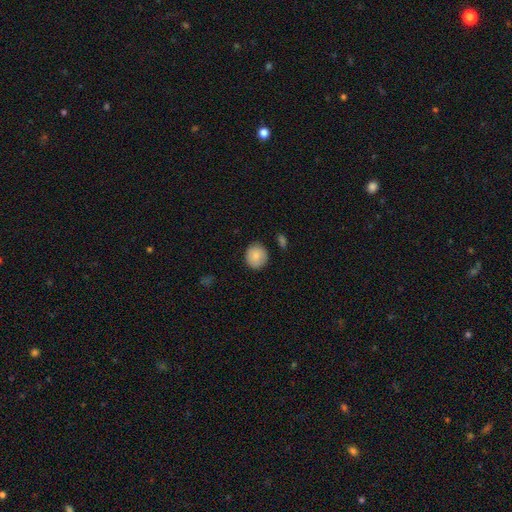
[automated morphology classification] Overall: smooth (84%). How rounded: round (84%). Merging: none (84%).